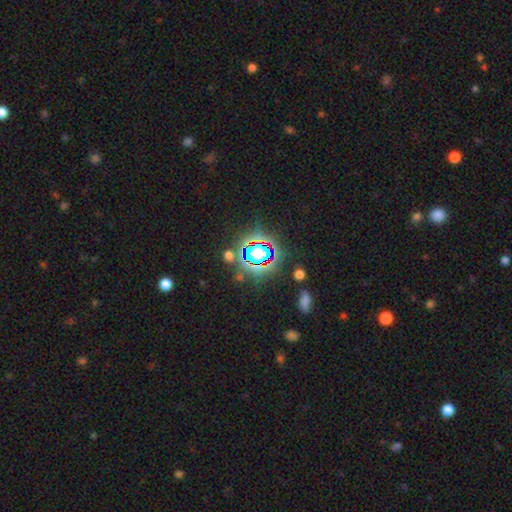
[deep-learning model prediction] smooth-or-featured: star or artifact: 68% | smooth: 21% | featured or disk: 11%